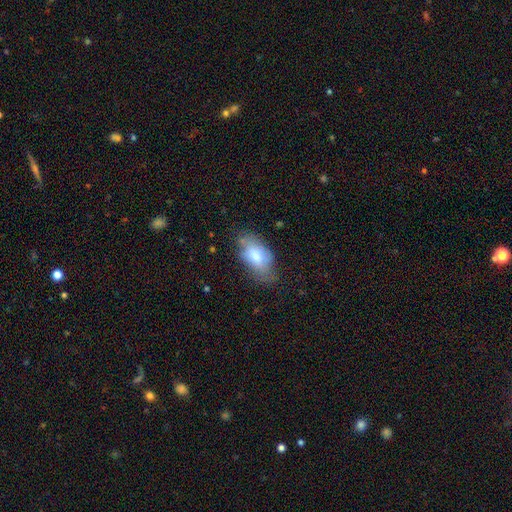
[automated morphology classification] A smooth galaxy with no disk features (74%) that is in between round and cigar-shaped (93%).

Vote fractions:
- Smooth or featured? smooth: 74% / featured or disk: 19% / star or artifact: 7%
- How rounded? in between: 93% / round: 4% / cigar-shaped: 4%
- Merging? none: 53% / minor disturbance: 33% / major disturbance: 11% / merger: 3%